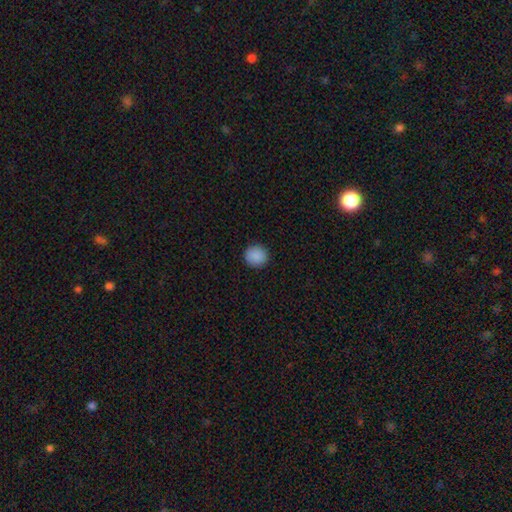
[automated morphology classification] A smooth galaxy with no disk features (89%) that is round (92%). Merging: none (92%).